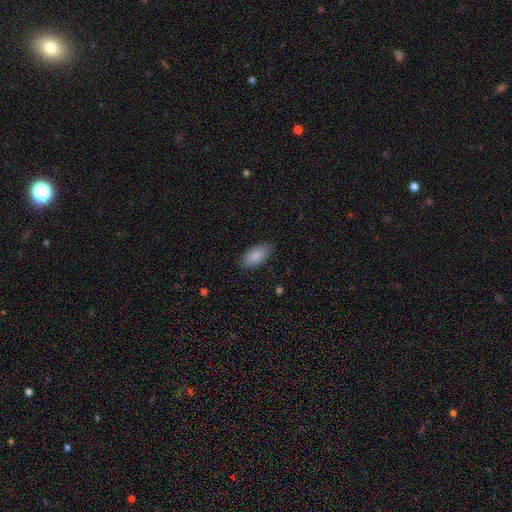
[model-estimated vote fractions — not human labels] A smooth galaxy with no disk features (87%) that is in between round and cigar-shaped (92%). Merging: none (81%).